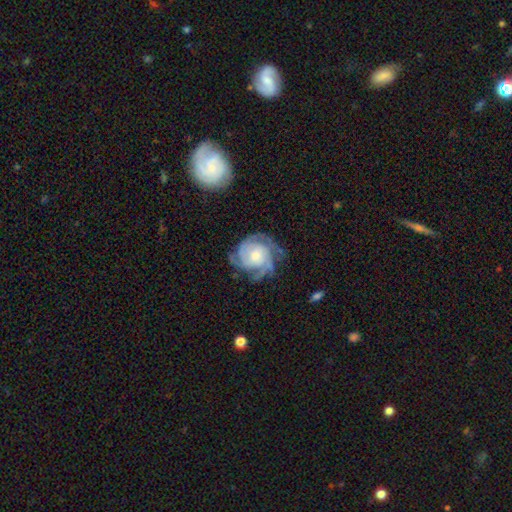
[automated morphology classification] featured or disk 86%, smooth 9%, star or artifact 5%. Down the decision tree: edge-on disk — no (98%); bar — no (76%); spiral arms — yes (97%); spiral arm count — 3 (33%); spiral winding — tight (61%); bulge size — moderate (55%); merging — none (69%).